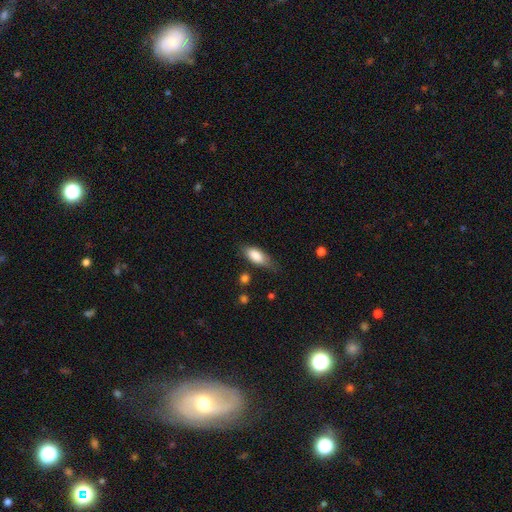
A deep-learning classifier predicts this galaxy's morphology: A smooth galaxy with no disk features (82%) that is in between round and cigar-shaped (78%). Merging: none (62%).